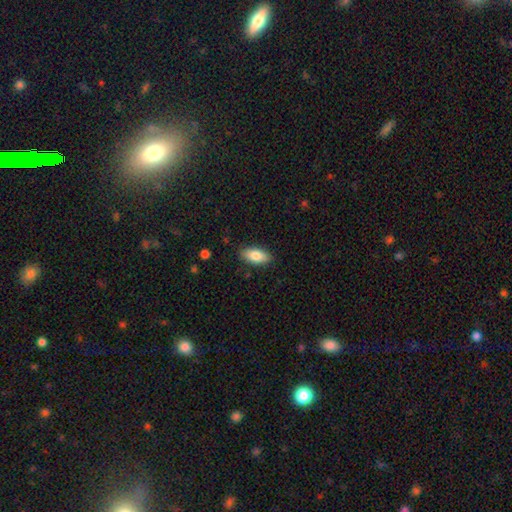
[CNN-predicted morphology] Smooth or featured? smooth (83%)
How rounded? in between (89%)
Merging? none (87%)